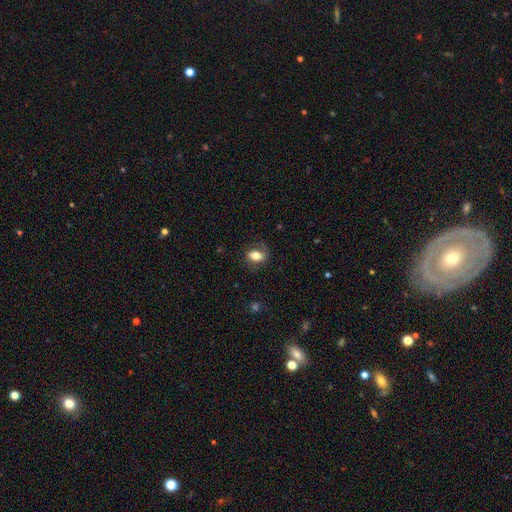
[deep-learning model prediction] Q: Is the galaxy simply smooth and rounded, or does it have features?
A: smooth — 70%.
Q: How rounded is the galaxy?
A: in between — 78%.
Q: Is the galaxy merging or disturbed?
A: none — 73%.